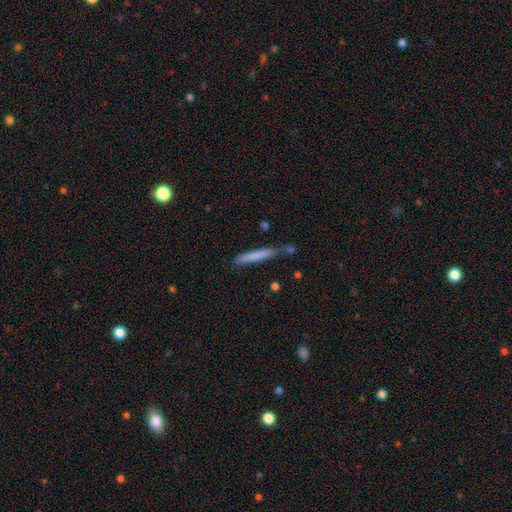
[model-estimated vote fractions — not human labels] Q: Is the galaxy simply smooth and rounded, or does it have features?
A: smooth — 75%.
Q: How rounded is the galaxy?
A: cigar-shaped — 95%.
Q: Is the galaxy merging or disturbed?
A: none — 74%.